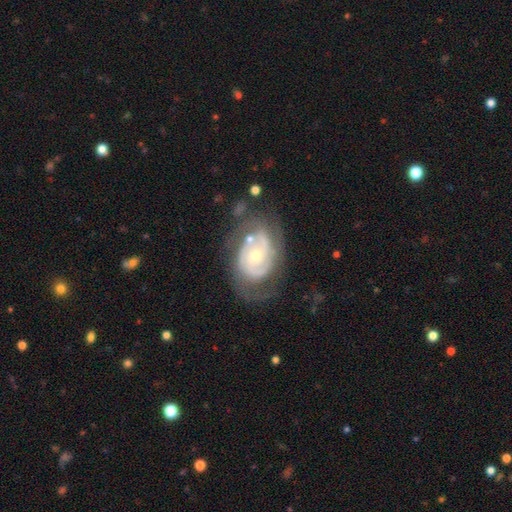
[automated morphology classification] Smooth or featured: featured or disk — 82% (smooth — 12%)
Edge-on disk: no — 97% (yes — 3%)
Bar: no — 68% (weak — 26%)
Spiral arms: yes — 90% (no — 10%)
Spiral winding: tight — 55% (medium — 34%)
Spiral arm count: 2 — 47% (can't tell — 27%)
Bulge size: small — 52% (moderate — 44%)
Merging: none — 54% (minor disturbance — 23%)